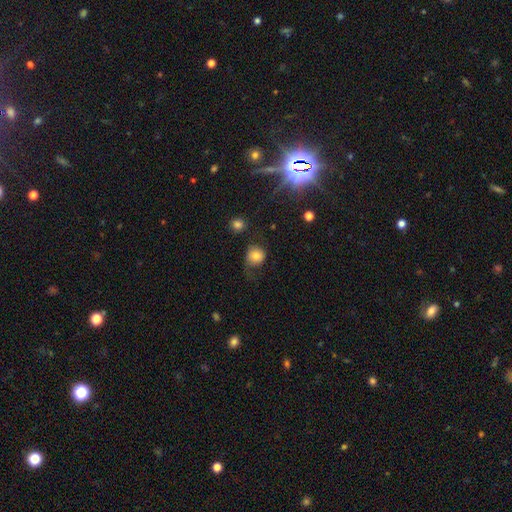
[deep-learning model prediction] smooth 75%, featured or disk 14%, star or artifact 11%. Down the decision tree: how rounded — round (83%); merging — none (49%).